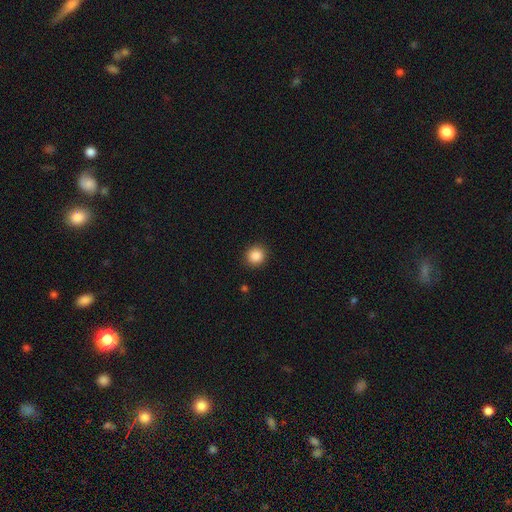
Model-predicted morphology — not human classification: type=smooth (87%); roundness=round (90%); merging=none (91%).